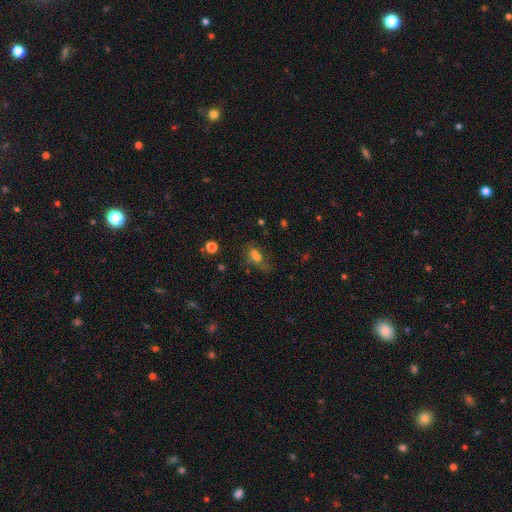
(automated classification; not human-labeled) Smooth or featured: smooth — 62% (star or artifact — 19%)
How rounded: in between — 73% (cigar-shaped — 15%)
Merging: none — 44% (minor disturbance — 22%)